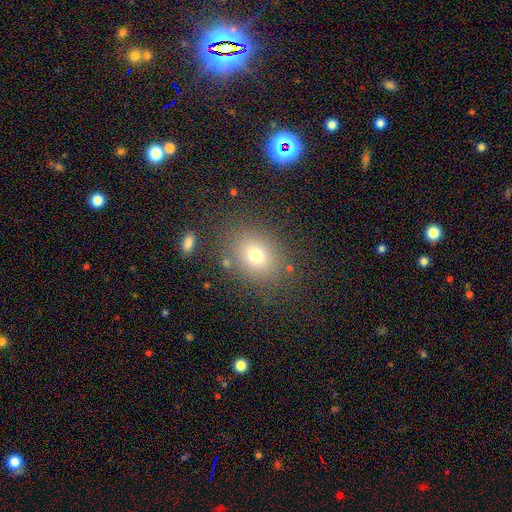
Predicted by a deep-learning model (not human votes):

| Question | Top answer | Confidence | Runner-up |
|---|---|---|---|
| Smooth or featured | smooth | 72% | star or artifact (15%) |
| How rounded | in between | 51% | round (47%) |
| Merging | none | 80% | minor disturbance (11%) |